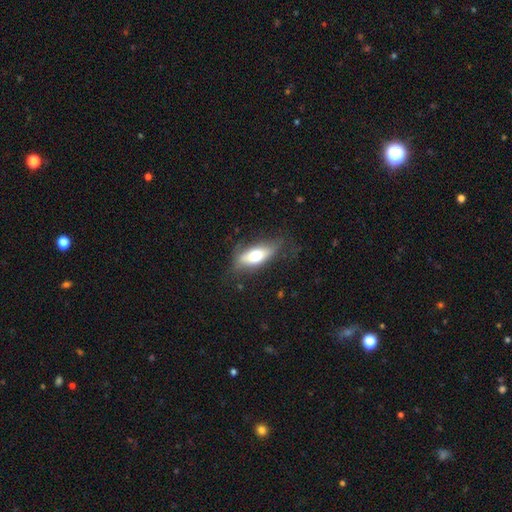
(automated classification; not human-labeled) A smooth galaxy with no disk features (60%) that is in between round and cigar-shaped (72%).

Vote fractions:
- Smooth or featured? smooth: 60% / featured or disk: 34% / star or artifact: 7%
- How rounded? in between: 72% / cigar-shaped: 24% / round: 4%
- Merging? none: 64% / minor disturbance: 24% / major disturbance: 10% / merger: 2%